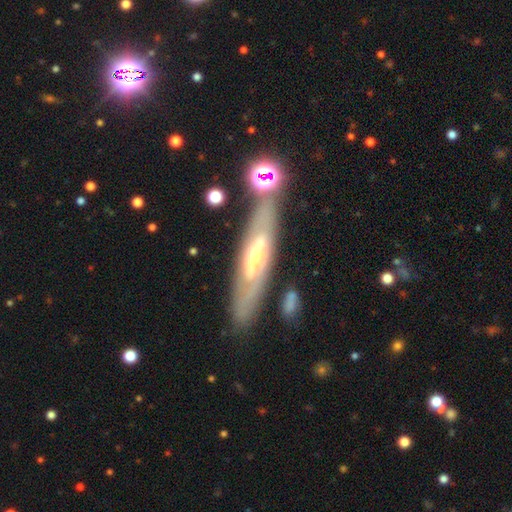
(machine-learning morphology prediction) type=featured or disk (71%); edge-on=no (59%); merging=none (77%).